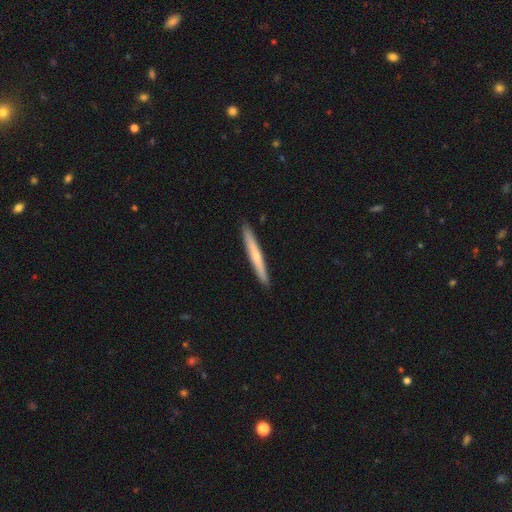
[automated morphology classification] Overall: smooth (54%; featured or disk 40%). How rounded: cigar-shaped (97%). Merging: none (92%).